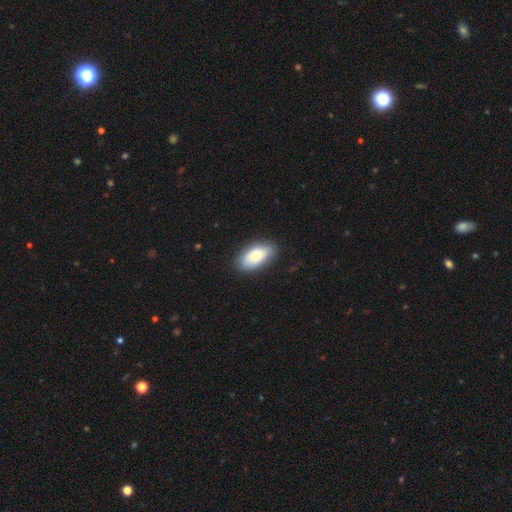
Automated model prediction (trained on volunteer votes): A smooth galaxy with no disk features (77%) that is in between round and cigar-shaped (93%). Merging: none (85%).